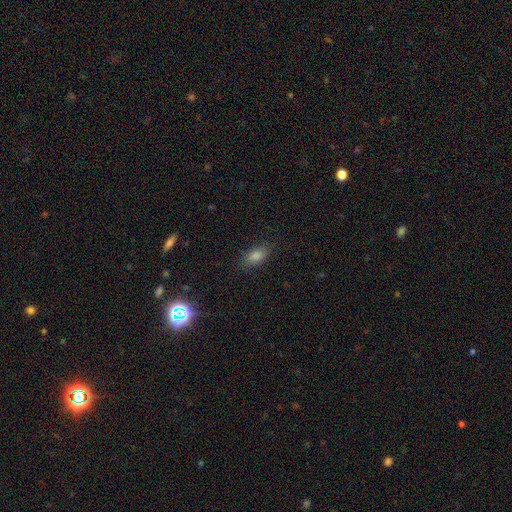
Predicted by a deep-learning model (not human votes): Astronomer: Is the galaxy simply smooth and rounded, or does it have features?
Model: smooth — 76%.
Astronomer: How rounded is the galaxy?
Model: in between — 84%.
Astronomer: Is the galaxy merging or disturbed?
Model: none — 84%.